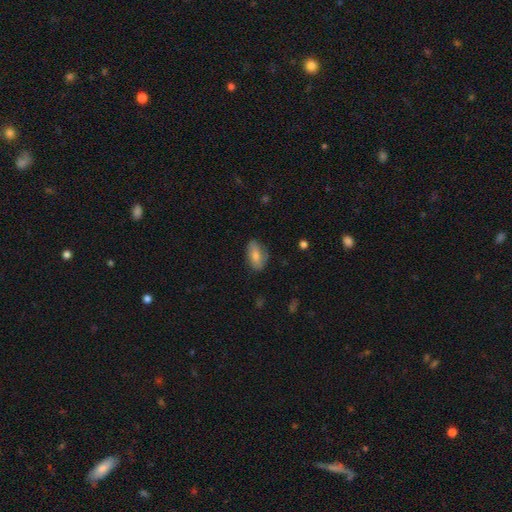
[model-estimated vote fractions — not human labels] The model was most divided on "smooth or featured": smooth: 72%, featured or disk: 21%, star or artifact: 7%. More confident: how rounded — in between (89%); merging — none (74%).